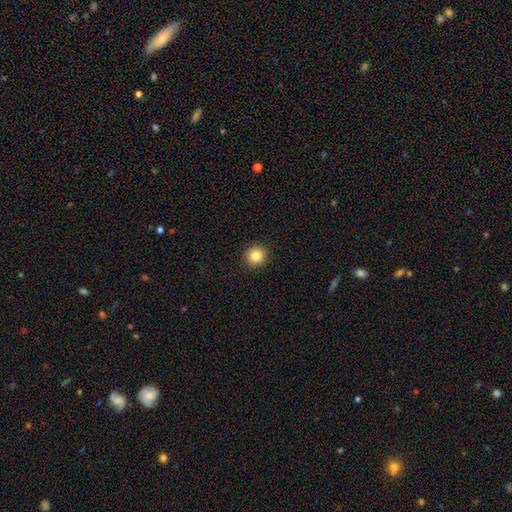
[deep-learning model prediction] Smooth or featured? Predicted: smooth (p=0.84). How rounded? Predicted: round (p=0.92). Merging? Predicted: none (p=0.92).